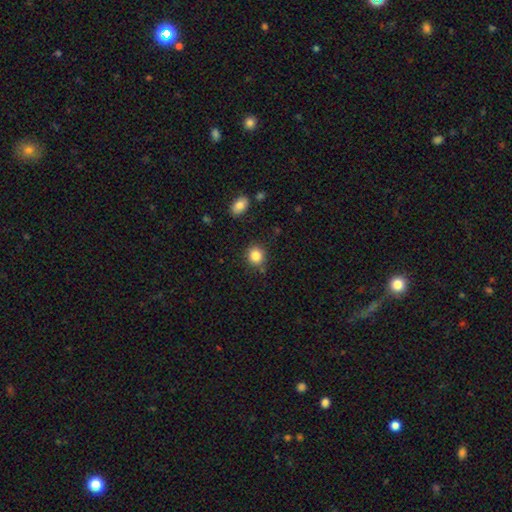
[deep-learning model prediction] This appears to be a smooth galaxy with no disk features (85%) that is round (81%). Merging: none (84%).